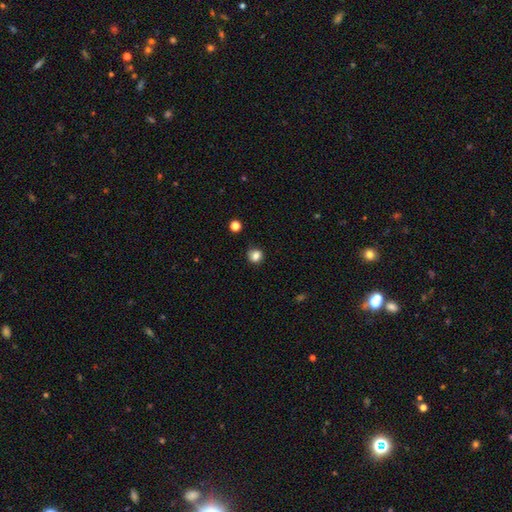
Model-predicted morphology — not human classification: This is clearly a smooth galaxy (81%). How rounded: likely round (79%). Merging: likely none (75%).